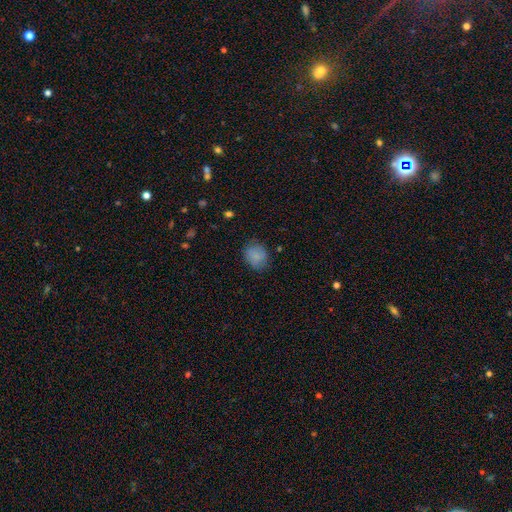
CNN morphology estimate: A smooth galaxy with no disk features (83%) that is round (61%). Merging: none (78%).